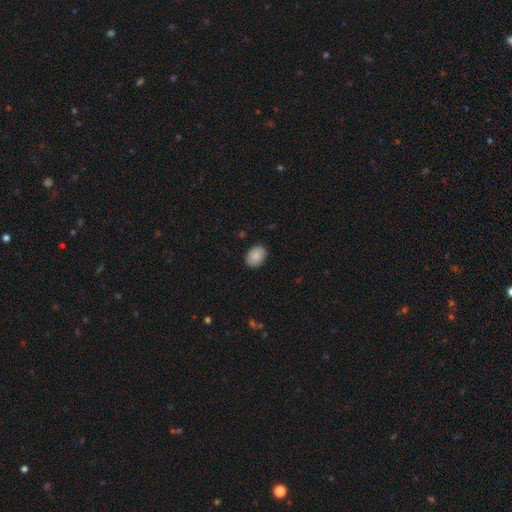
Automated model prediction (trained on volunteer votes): Smooth or featured?
  - smooth: 88% *
  - star or artifact: 7%
  - featured or disk: 5%
How rounded?
  - in between: 70% *
  - round: 30%
  - cigar-shaped: 1%
Merging?
  - none: 89% *
  - minor disturbance: 8%
  - major disturbance: 2%
  - merger: 1%